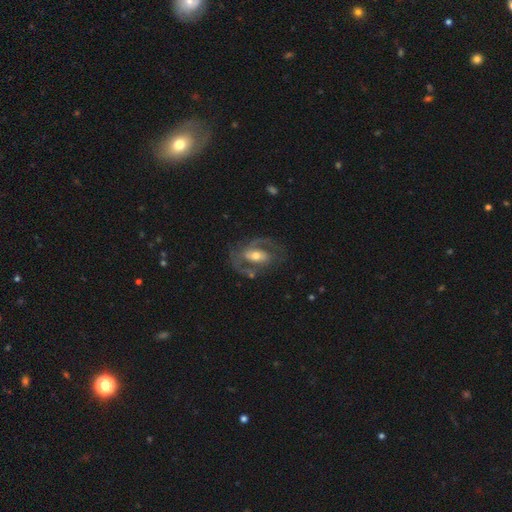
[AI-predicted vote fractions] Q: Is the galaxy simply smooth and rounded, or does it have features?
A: featured or disk — 82%.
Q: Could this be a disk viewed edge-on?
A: no — 96%.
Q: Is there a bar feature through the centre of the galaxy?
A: no — 37%, tied with weak.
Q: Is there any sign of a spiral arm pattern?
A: yes — 84%.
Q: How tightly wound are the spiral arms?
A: medium — 53%.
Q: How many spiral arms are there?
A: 2 — 79%.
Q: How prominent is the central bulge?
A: moderate — 69%.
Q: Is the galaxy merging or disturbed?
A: none — 64%.